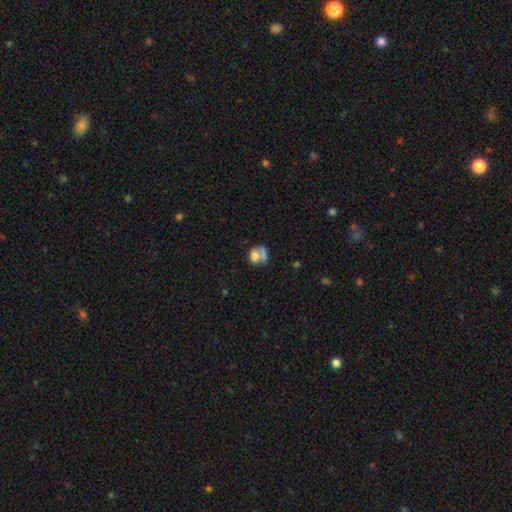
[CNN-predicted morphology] Smooth or featured? smooth (67%)
How rounded? round (51%)
Merging? merger (47%)